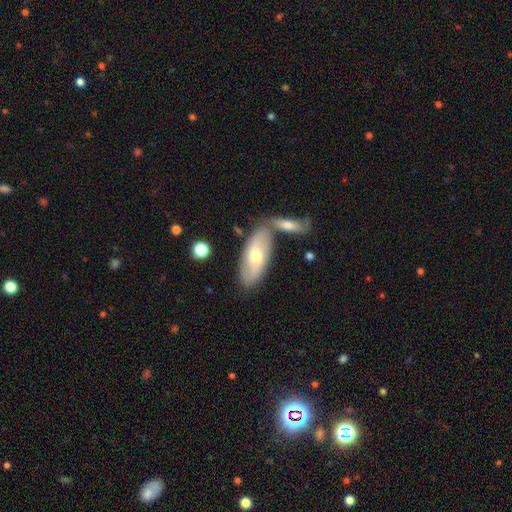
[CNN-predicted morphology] Smooth or featured?
  - featured or disk: 50% *
  - smooth: 44%
  - star or artifact: 6%
Merging?
  - none: 59% *
  - merger: 25%
  - minor disturbance: 13%
  - major disturbance: 3%